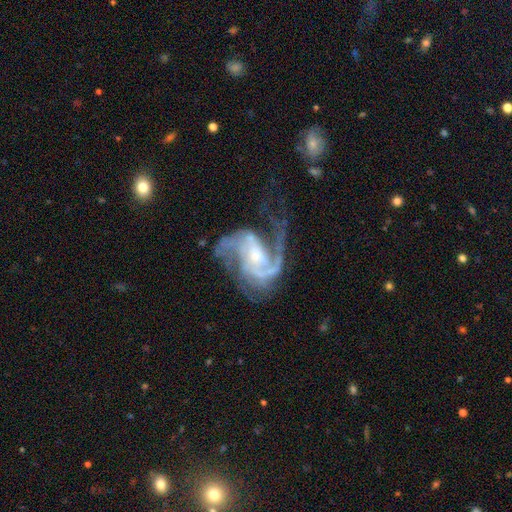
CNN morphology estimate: Smooth or featured?
  - featured or disk: 91% *
  - star or artifact: 5%
  - smooth: 4%
Edge-on disk?
  - no: 98% *
  - yes: 2%
Bar?
  - weak: 45% *
  - no: 37%
  - strong: 17%
Spiral arms?
  - yes: 96% *
  - no: 4%
Spiral winding?
  - medium: 50% *
  - loose: 29%
  - tight: 20%
Spiral arm count?
  - 2: 46% *
  - 3: 21%
  - can't tell: 13%
  - 1: 9%
  - 4: 6%
  - more than 4: 6%
Bulge size?
  - moderate: 43% *
  - small: 34%
  - none: 12%
  - large: 9%
  - dominant: 2%
Merging?
  - none: 39% * (tied)
  - major disturbance: 39% * (tied)
  - minor disturbance: 17%
  - merger: 4%